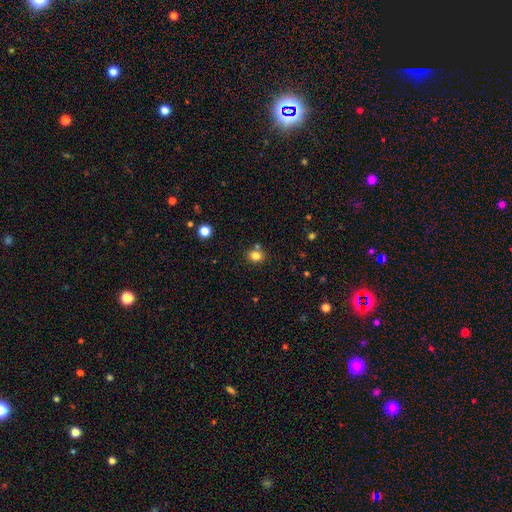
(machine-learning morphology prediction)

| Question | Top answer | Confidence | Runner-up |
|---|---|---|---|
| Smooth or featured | smooth | 81% | star or artifact (13%) |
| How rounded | round | 66% | in between (33%) |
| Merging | none | 74% | merger (12%) |